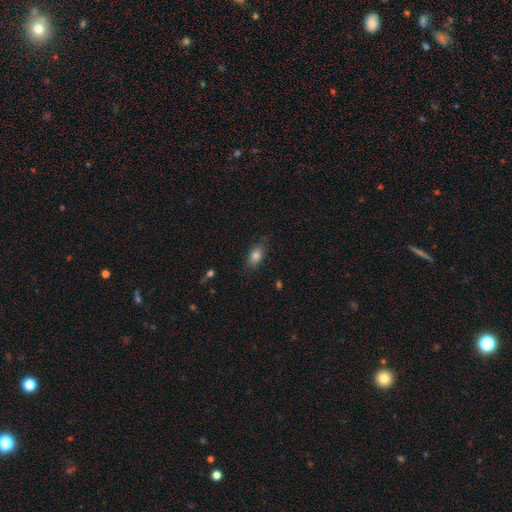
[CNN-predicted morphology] type=smooth (83%); roundness=in between (87%); merging=none (81%).